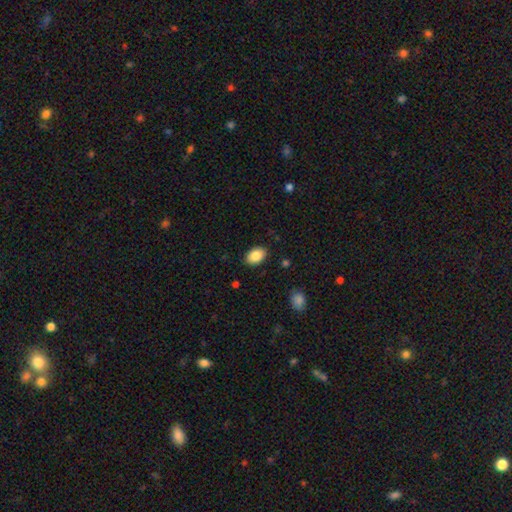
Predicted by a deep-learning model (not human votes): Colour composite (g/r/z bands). It shows a smooth galaxy with no disk features (86%) that is in between round and cigar-shaped (86%). Merging: none (87%).